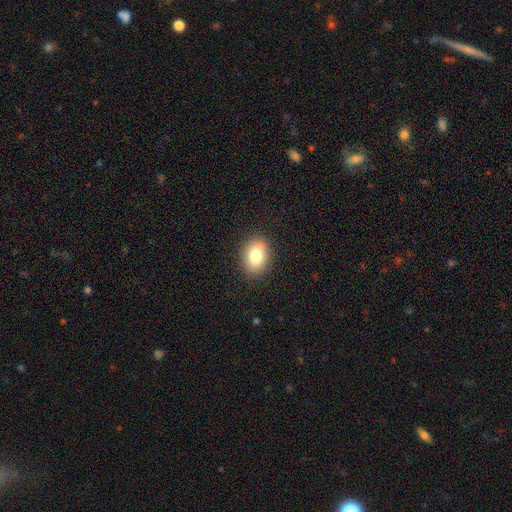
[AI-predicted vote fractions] This is clearly a smooth galaxy (80%). How rounded: likely in between (66%). Merging: clearly none (87%).